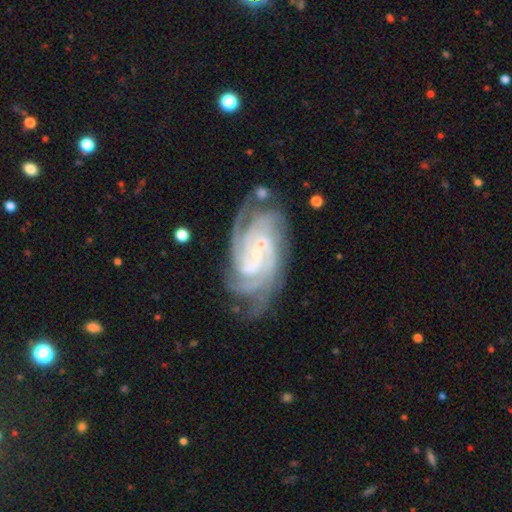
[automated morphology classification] Smooth or featured: featured or disk — 91% (star or artifact — 5%)
Edge-on disk: no — 97% (yes — 3%)
Bar: no — 50% (weak — 35%)
Spiral arms: yes — 98% (no — 2%)
Spiral winding: tight — 69% (medium — 27%)
Spiral arm count: 4 — 37% (3 — 23%)
Bulge size: small — 77% (moderate — 13%)
Merging: none — 70% (minor disturbance — 18%)